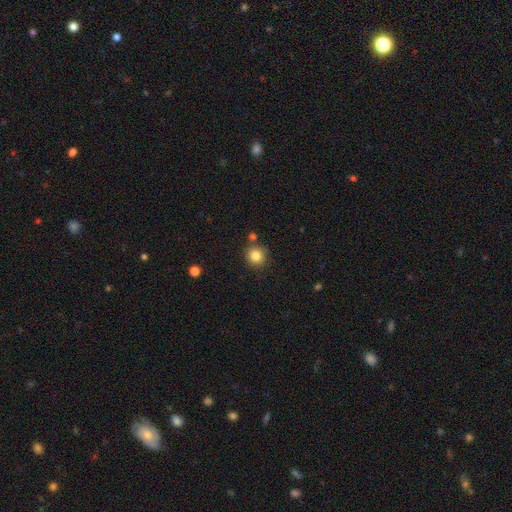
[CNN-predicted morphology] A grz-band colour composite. It shows a smooth galaxy with no disk features (83%) that is round (93%). Merging: none (81%).